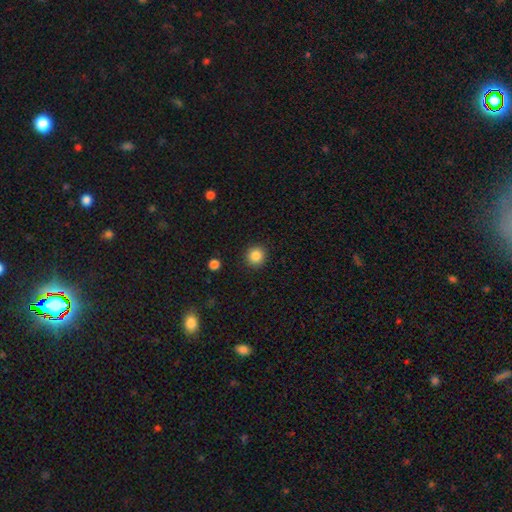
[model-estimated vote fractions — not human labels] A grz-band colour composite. It shows a smooth galaxy with no disk features (86%) that is round (93%). Merging: none (91%).